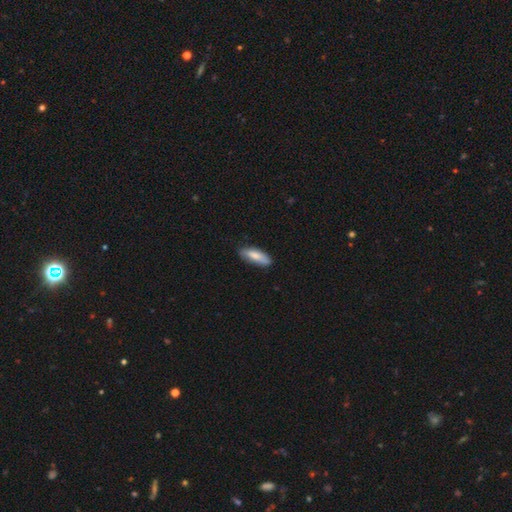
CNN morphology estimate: type=smooth (79%); roundness=in between (59%); merging=none (79%).